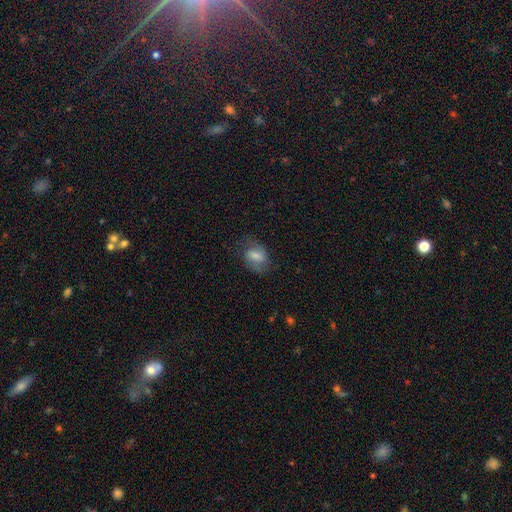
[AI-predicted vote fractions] smooth 56%, featured or disk 35%, star or artifact 9%. Down the decision tree: how rounded — in between (73%); merging — none (67%).